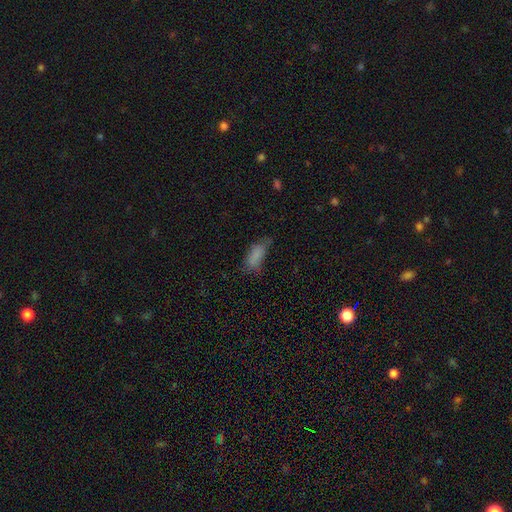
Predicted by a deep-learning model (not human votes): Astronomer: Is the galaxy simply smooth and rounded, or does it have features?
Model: smooth — 79%.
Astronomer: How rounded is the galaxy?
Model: in between — 80%.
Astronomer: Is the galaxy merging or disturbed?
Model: none — 47% (runner-up: minor disturbance, 33%).